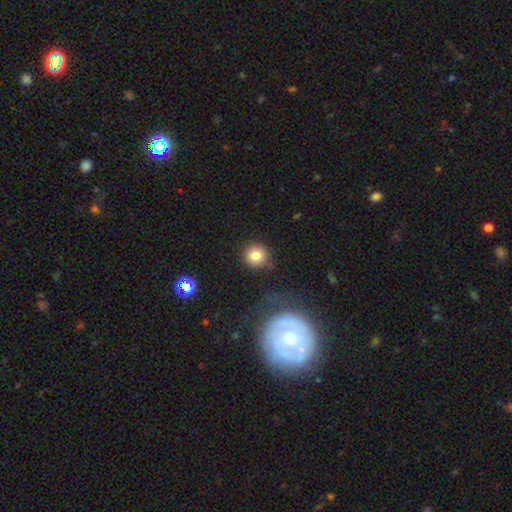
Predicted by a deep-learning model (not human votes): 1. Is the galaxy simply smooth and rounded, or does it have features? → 82% smooth, 11% star or artifact, 8% featured or disk.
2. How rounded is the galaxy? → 93% round, 6% in between, 1% cigar-shaped.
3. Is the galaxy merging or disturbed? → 85% none, 9% minor disturbance, 3% major disturbance, 3% merger.